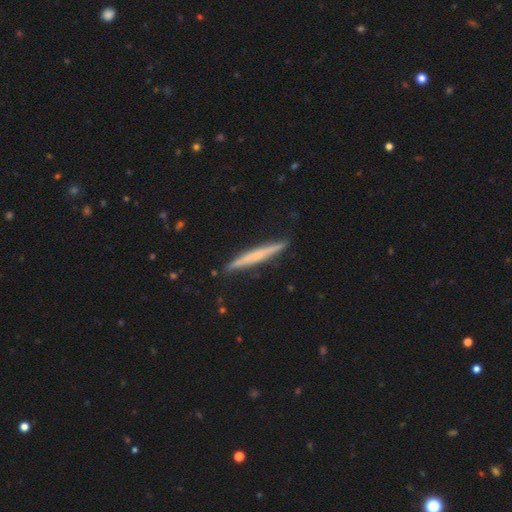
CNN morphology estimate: Smooth or featured? featured or disk (48%)
Merging? none (89%)